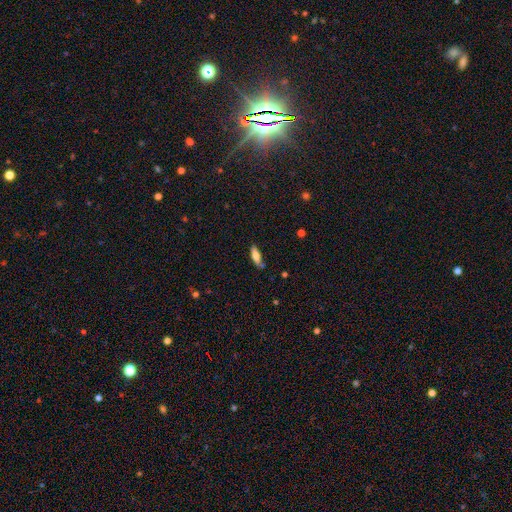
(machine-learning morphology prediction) Smooth or featured: smooth — 72% (featured or disk — 21%)
How rounded: in between — 55% (cigar-shaped — 43%)
Merging: none — 76% (minor disturbance — 17%)